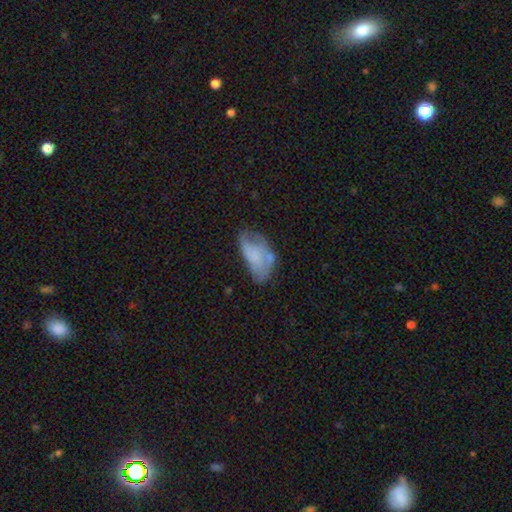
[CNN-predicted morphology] This appears to be a smooth galaxy with no disk features (54%) that is in between round and cigar-shaped (93%). Merging: none (35%).